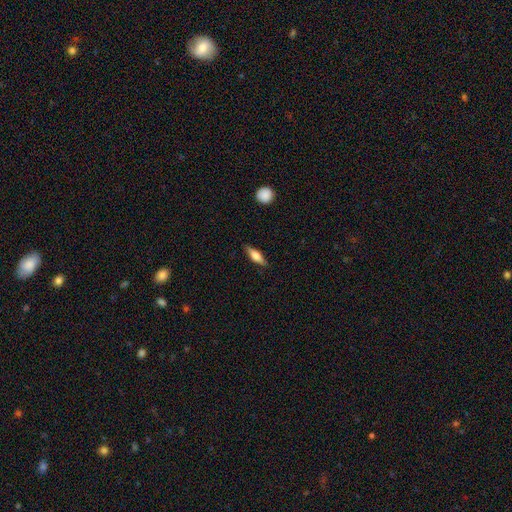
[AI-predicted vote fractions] The model was most divided on "smooth or featured": smooth: 53%, featured or disk: 40%, star or artifact: 7%. More confident: merging — none (85%); how rounded — cigar-shaped (55%).